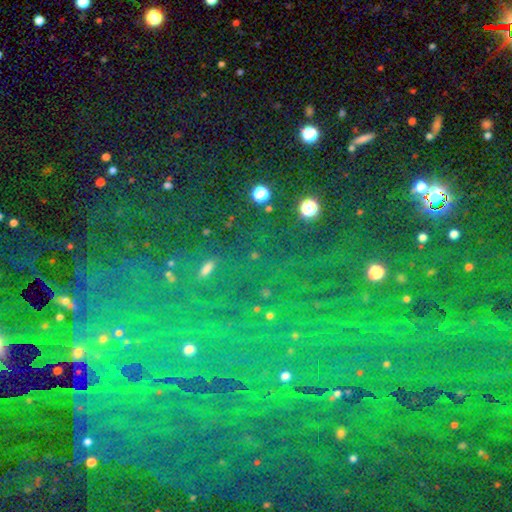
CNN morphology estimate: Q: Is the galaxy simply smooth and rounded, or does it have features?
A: star or artifact — 77%.